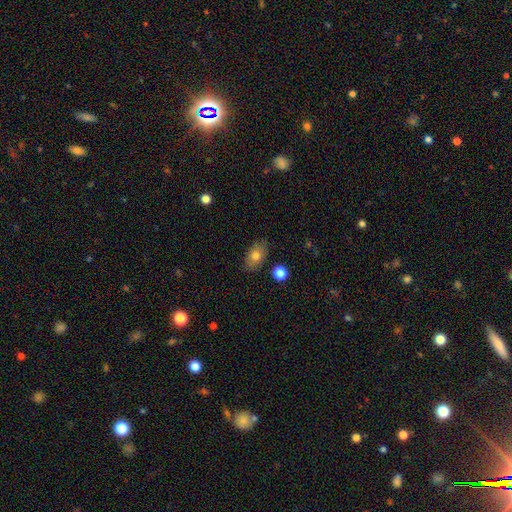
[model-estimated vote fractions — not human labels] smooth-or-featured: smooth: 77% | featured or disk: 14% | star or artifact: 8%
  how-rounded: in between: 87% | round: 11% | cigar-shaped: 2%
  merging: none: 81% | minor disturbance: 14% | major disturbance: 3% | merger: 3%